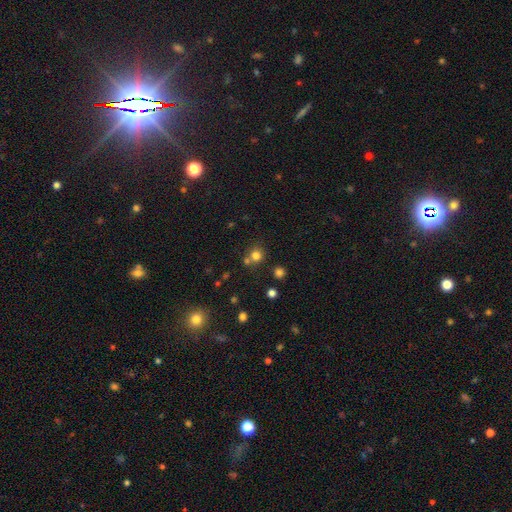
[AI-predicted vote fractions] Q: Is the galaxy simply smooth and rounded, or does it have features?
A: smooth — 76%.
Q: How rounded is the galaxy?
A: round — 88%.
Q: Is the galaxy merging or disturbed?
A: none — 63%.